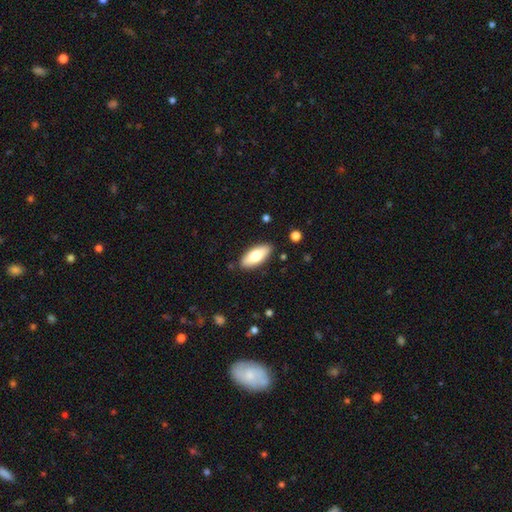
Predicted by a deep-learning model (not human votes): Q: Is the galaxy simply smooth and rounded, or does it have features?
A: smooth — 73%.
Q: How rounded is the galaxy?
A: in between — 81%.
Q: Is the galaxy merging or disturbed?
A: none — 87%.